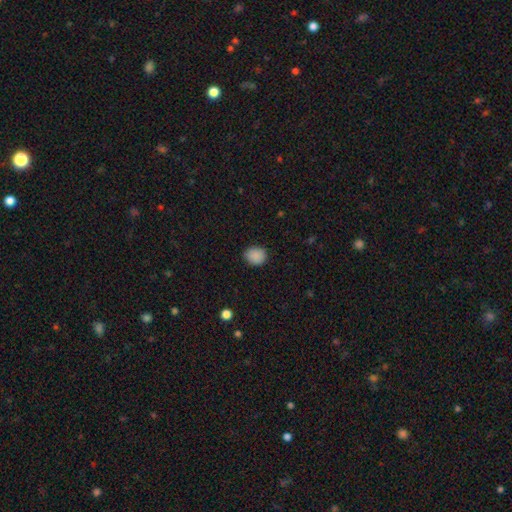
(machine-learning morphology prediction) This appears to be a smooth galaxy with no disk features (88%) that is round (70%). Merging: none (86%).